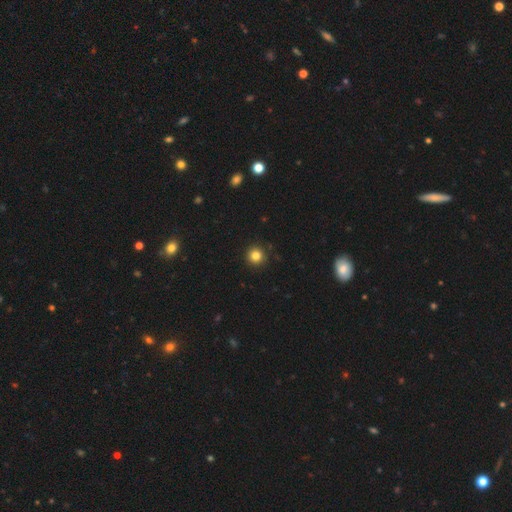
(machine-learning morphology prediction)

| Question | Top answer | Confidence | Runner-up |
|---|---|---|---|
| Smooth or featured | smooth | 83% | star or artifact (12%) |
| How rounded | round | 95% | in between (4%) |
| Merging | none | 92% | minor disturbance (5%) |